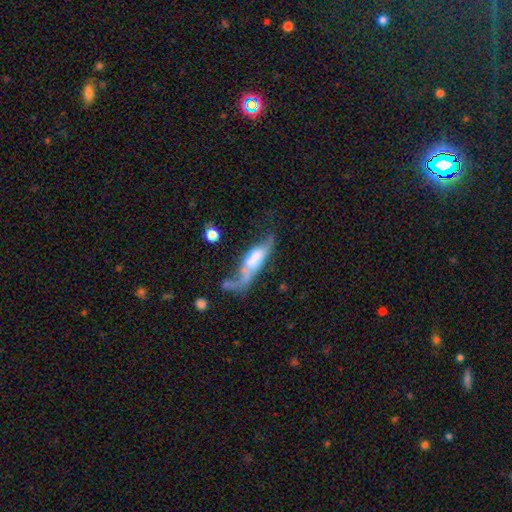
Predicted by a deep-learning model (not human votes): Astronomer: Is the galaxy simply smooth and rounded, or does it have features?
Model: featured or disk — 47% (runner-up: smooth, 46%).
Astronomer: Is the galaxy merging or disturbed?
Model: major disturbance — 41% (runner-up: none, 21%).